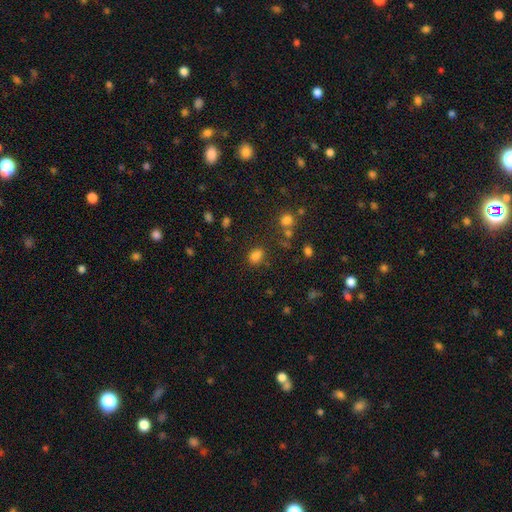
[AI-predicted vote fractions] Overall: smooth (78%). How rounded: in between (65%; round 34%). Merging: none (69%).